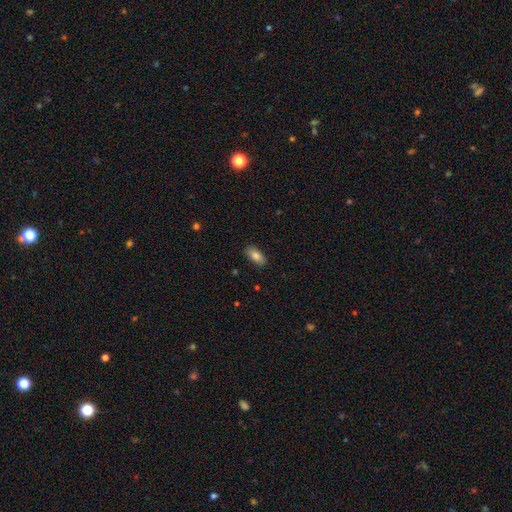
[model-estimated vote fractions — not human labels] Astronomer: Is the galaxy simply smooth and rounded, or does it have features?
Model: smooth — 85%.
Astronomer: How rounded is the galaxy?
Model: in between — 90%.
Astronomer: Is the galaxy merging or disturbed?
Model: none — 87%.